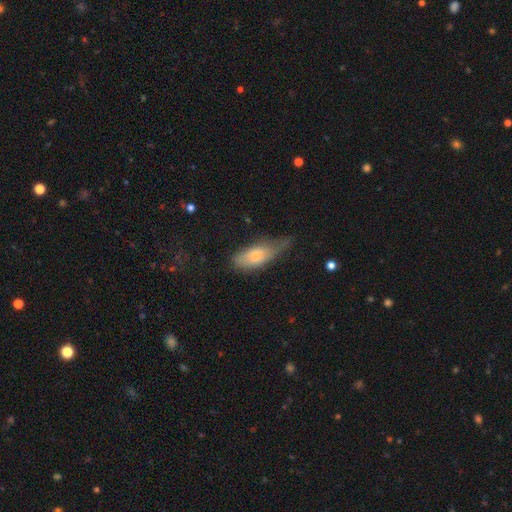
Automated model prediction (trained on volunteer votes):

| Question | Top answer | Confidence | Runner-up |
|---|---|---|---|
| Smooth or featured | smooth | 71% | featured or disk (22%) |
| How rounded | in between | 76% | cigar-shaped (21%) |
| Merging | minor disturbance | 44% | none (33%) |